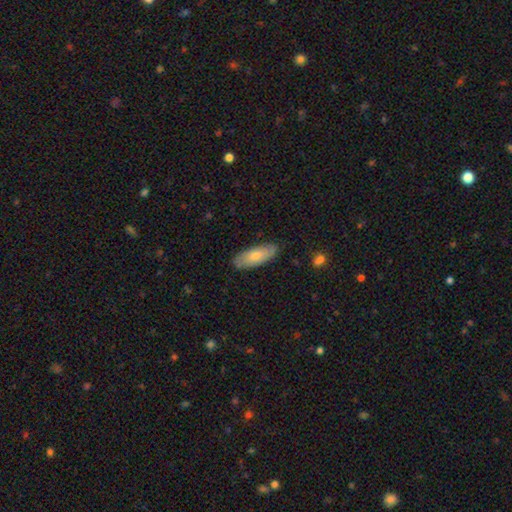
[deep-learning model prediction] This appears to be a smooth galaxy with no disk features (63%) that is in between round and cigar-shaped (71%). Merging: none (84%).